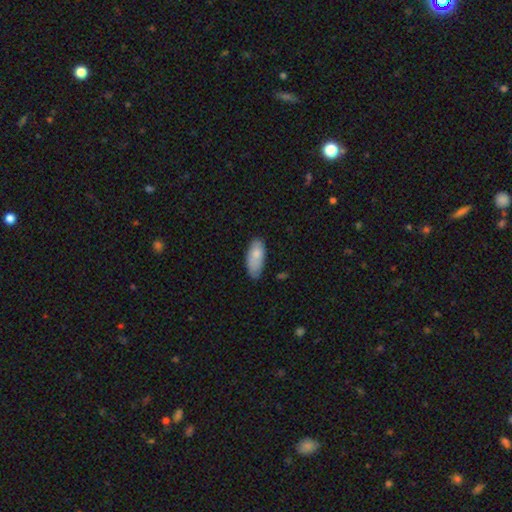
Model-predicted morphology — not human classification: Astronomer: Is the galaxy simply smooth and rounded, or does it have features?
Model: smooth — 80%.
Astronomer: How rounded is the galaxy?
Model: in between — 88%.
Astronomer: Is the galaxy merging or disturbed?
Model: none — 64%.